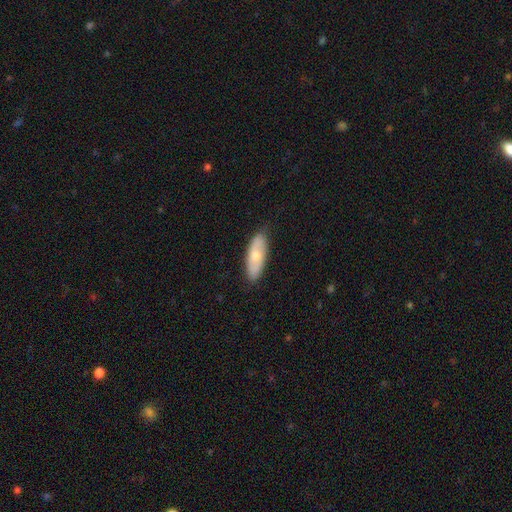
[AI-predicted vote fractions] Smooth or featured: smooth — 63% (featured or disk — 32%)
How rounded: in between — 71% (cigar-shaped — 27%)
Merging: none — 84% (minor disturbance — 13%)